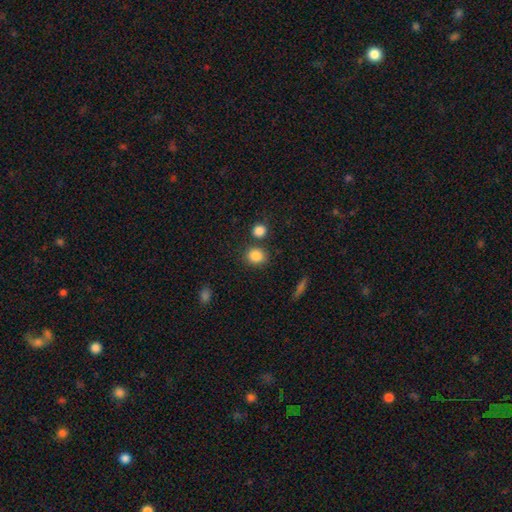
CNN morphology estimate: Smooth or featured: smooth — 86% (star or artifact — 10%)
How rounded: round — 75% (in between — 24%)
Merging: none — 77% (merger — 11%)